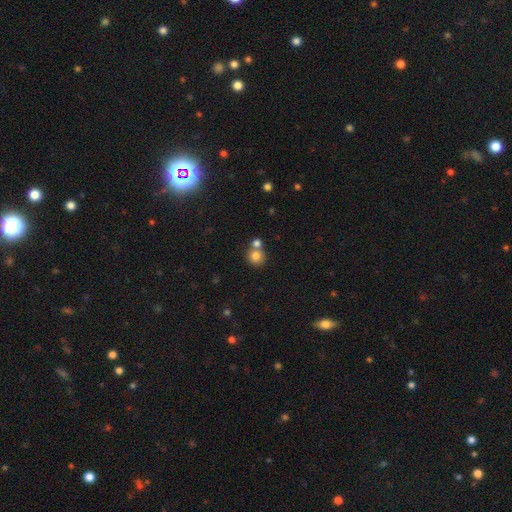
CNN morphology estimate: smooth 81%, star or artifact 11%, featured or disk 8%. Down the decision tree: how rounded — round (88%); merging — none (55%).